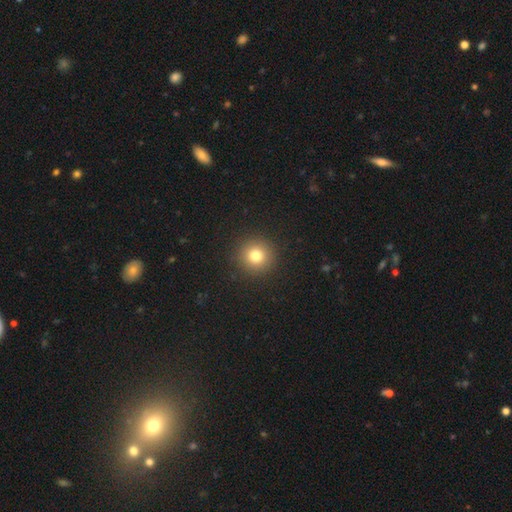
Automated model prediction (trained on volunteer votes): smooth_or_featured: smooth (p=0.79) [alt: star or artifact p=0.13]
how_rounded: round (p=0.95) [alt: in between p=0.04]
merging: none (p=0.92) [alt: minor disturbance p=0.05]